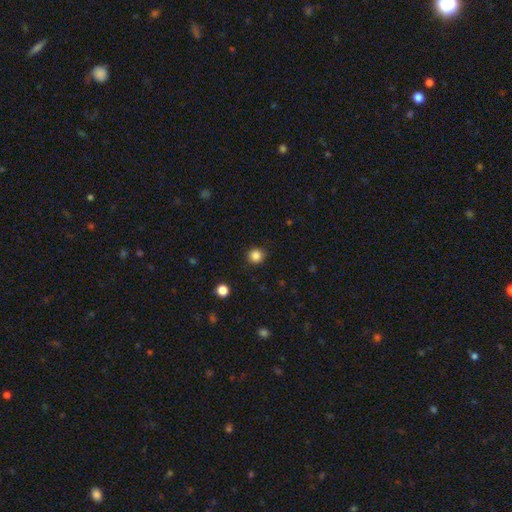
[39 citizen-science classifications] This is clearly a smooth galaxy (95%). How rounded: clearly round (97%). Merging: clearly none (92%).